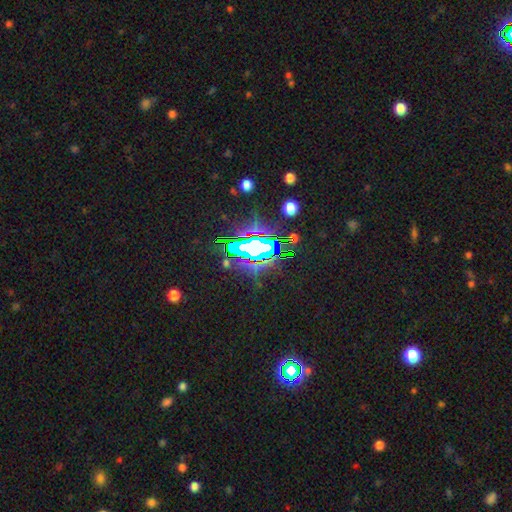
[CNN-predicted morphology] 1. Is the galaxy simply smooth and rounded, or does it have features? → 73% star or artifact, 15% smooth, 12% featured or disk.